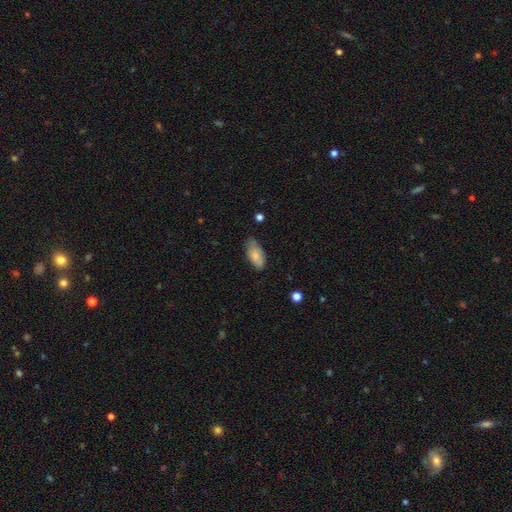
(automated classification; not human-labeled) Smooth or featured? Predicted: smooth (p=0.82). How rounded? Predicted: in between (p=0.90). Merging? Predicted: none (p=0.59).